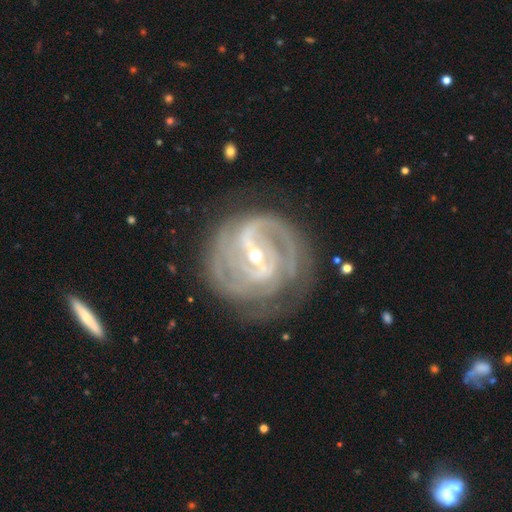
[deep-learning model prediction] Smooth or featured: featured or disk — 90% (star or artifact — 5%)
Edge-on disk: no — 96% (yes — 4%)
Bar: strong — 56% (weak — 34%)
Spiral arms: yes — 97% (no — 3%)
Spiral winding: tight — 63% (medium — 31%)
Spiral arm count: 2 — 41% (3 — 21%)
Bulge size: small — 60% (moderate — 36%)
Merging: none — 70% (minor disturbance — 18%)